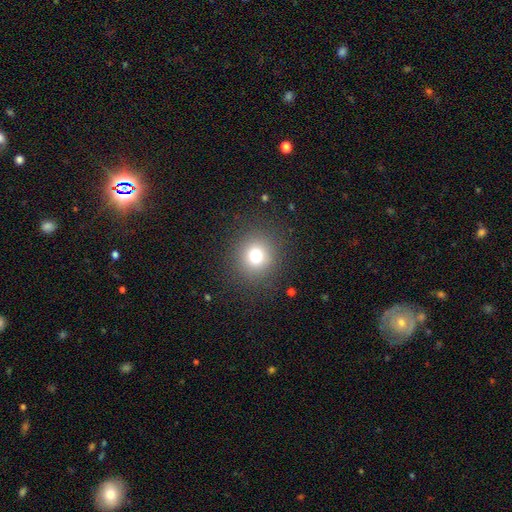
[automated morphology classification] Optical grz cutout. It shows a smooth galaxy with no disk features (75%) that is round (90%). Merging: none (89%).